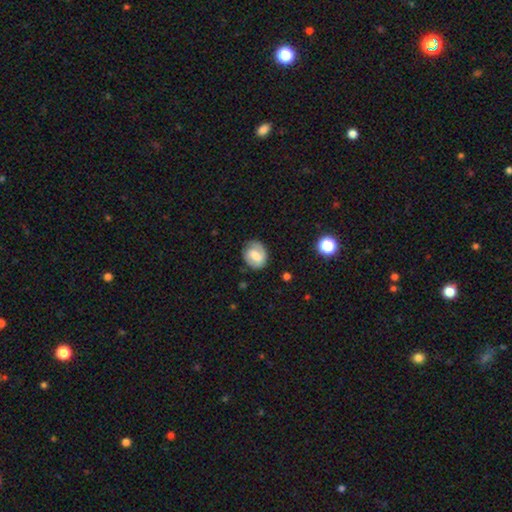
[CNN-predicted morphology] This appears to be a smooth galaxy with no disk features (47%). Merging: none (76%).